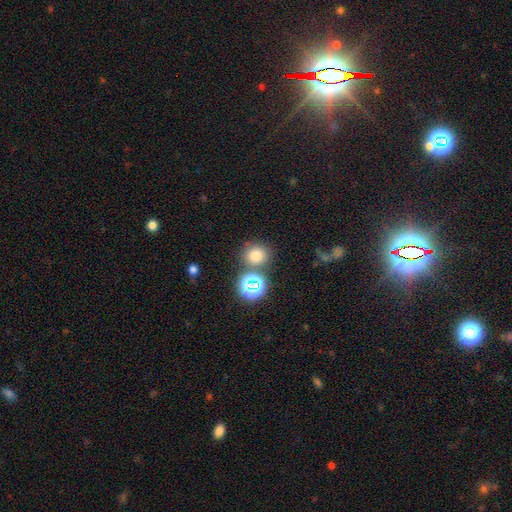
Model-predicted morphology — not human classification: type=smooth (74%); roundness=round (84%); merging=none (73%).